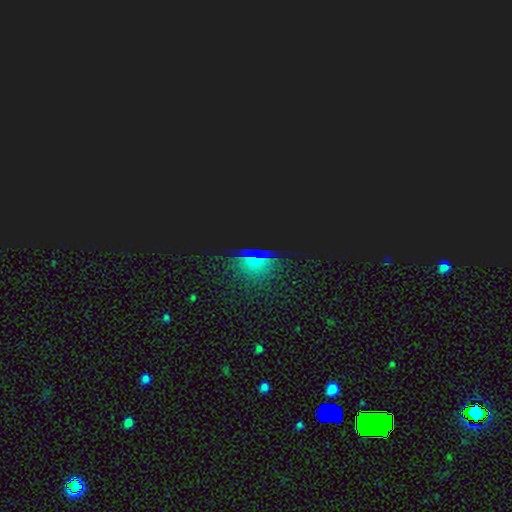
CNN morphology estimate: A star or artifact, not a galaxy (67%).

Vote fractions:
- Smooth or featured? star or artifact: 67% / smooth: 23% / featured or disk: 10%